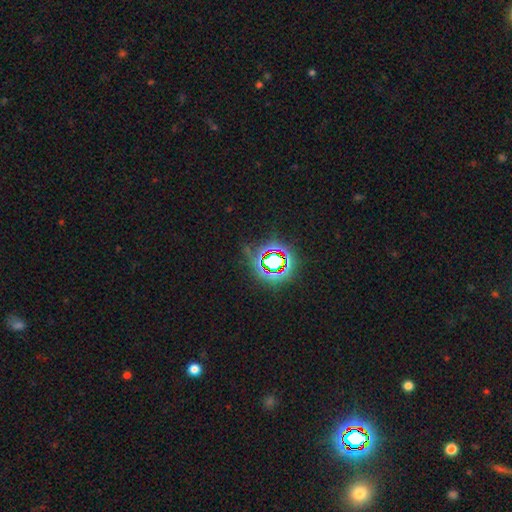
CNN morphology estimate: Smooth or featured? Predicted: star or artifact (p=0.79).